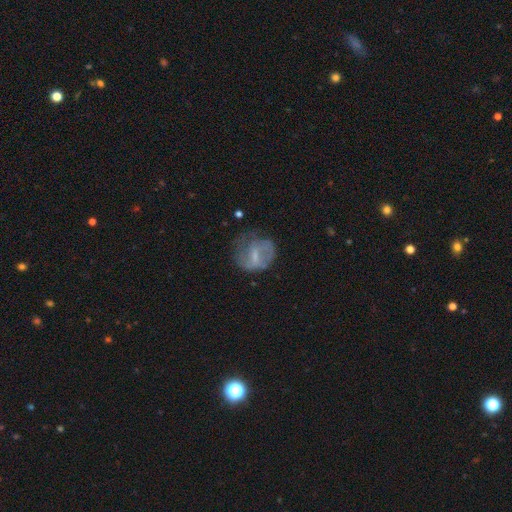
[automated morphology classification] This appears to be a featured or disk galaxy (48%). Merging: none (43%).